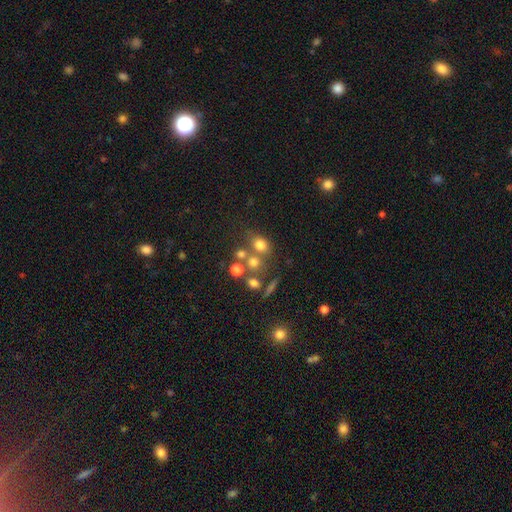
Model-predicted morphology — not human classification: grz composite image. It shows a star or artifact, not a galaxy (42%).